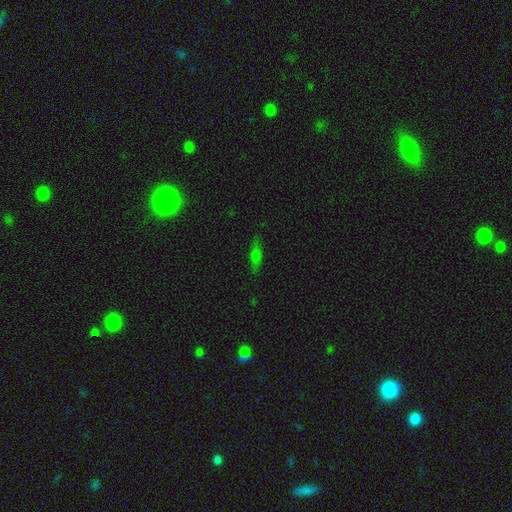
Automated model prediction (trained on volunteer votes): Smooth or featured? Predicted: smooth (p=0.55). How rounded? Predicted: cigar-shaped (p=0.56). Merging? Predicted: none (p=0.84).